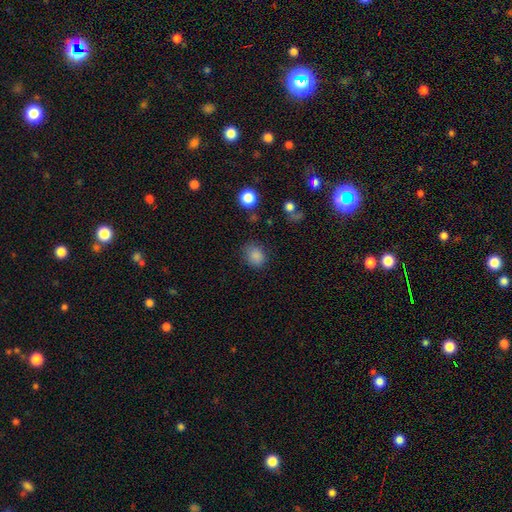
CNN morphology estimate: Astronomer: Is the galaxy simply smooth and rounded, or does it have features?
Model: smooth — 84%.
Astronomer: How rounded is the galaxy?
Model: round — 54% (runner-up: in between, 45%).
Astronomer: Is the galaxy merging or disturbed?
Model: none — 78%.